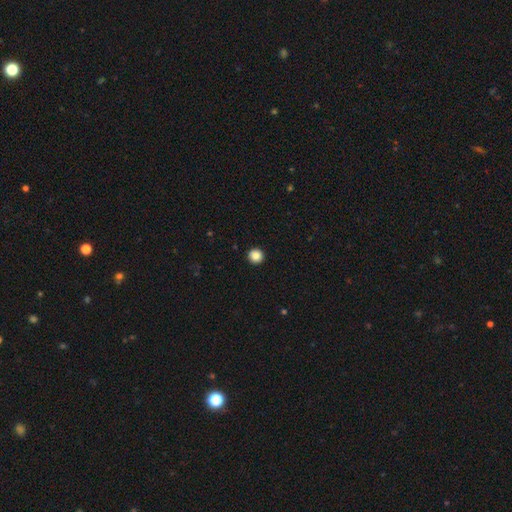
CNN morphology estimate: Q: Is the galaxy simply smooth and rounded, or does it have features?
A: smooth — 87%.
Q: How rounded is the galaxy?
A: round — 95%.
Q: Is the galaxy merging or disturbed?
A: none — 93%.